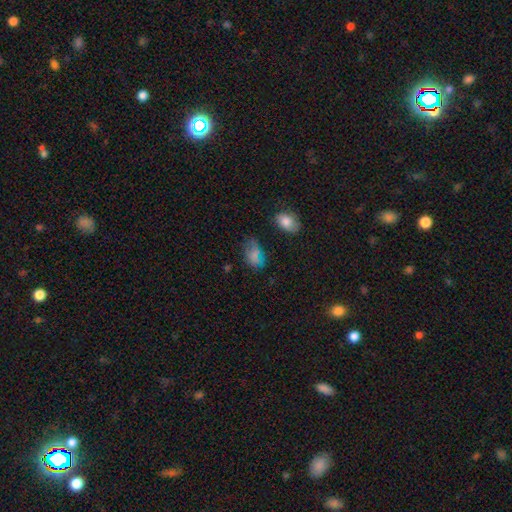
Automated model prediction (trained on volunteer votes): smooth_or_featured: smooth (p=0.72) [alt: star or artifact p=0.16]
how_rounded: in between (p=0.86) [alt: round p=0.12]
merging: none (p=0.49) [alt: minor disturbance p=0.30]